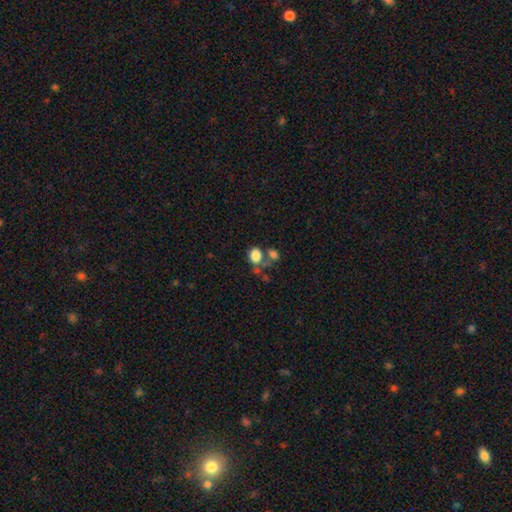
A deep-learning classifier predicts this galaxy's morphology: This is clearly a smooth galaxy (81%). How rounded: possibly in between (59%). Merging: marginally none (41%).